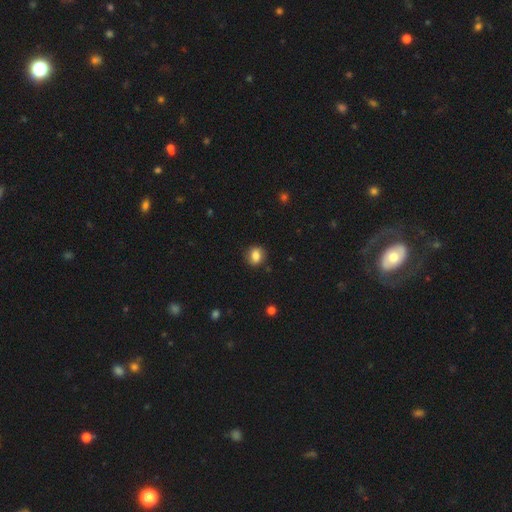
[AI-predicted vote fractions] Smooth or featured: smooth — 80% (featured or disk — 11%)
How rounded: round — 64% (in between — 35%)
Merging: none — 84% (minor disturbance — 12%)